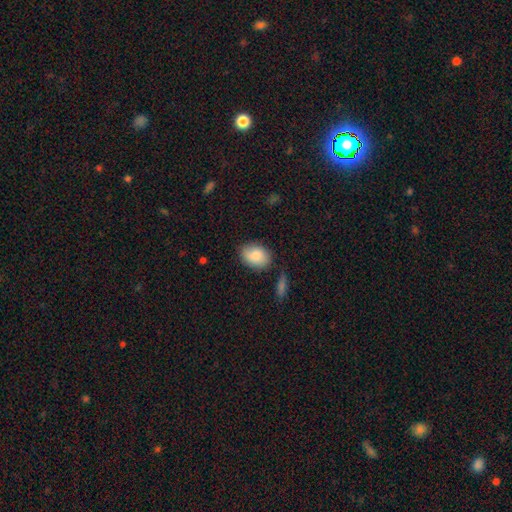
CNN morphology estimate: smooth 85%, featured or disk 9%, star or artifact 7%. Down the decision tree: how rounded — in between (75%); merging — none (77%).